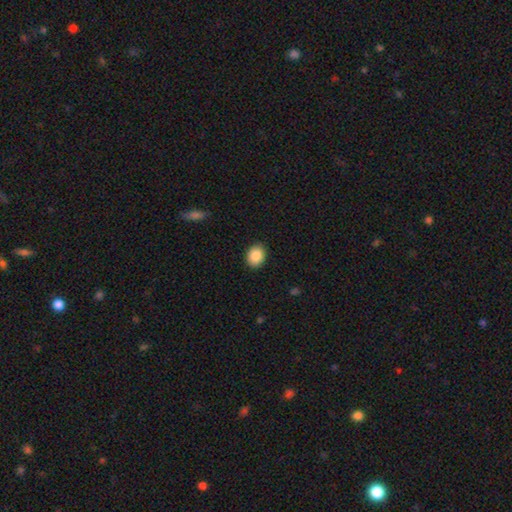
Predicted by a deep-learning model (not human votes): A smooth galaxy with no disk features (88%) that is in between round and cigar-shaped (54%).

Vote fractions:
- Smooth or featured? smooth: 88% / star or artifact: 8% / featured or disk: 4%
- How rounded? in between: 54% / round: 45% / cigar-shaped: 1%
- Merging? none: 89% / minor disturbance: 8% / major disturbance: 2% / merger: 1%